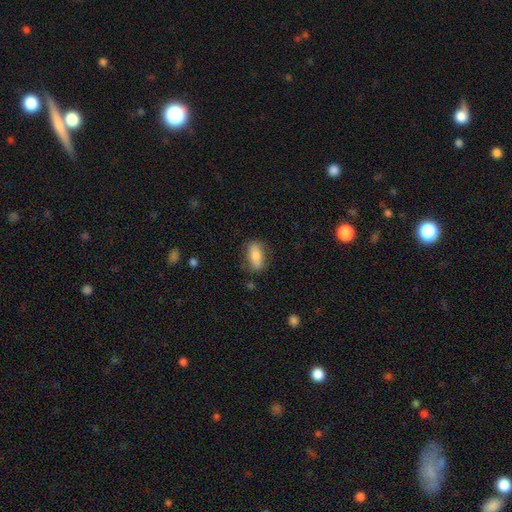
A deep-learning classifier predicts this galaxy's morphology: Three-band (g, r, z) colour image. It shows a smooth galaxy with no disk features (78%) that is in between round and cigar-shaped (84%). Merging: none (76%).